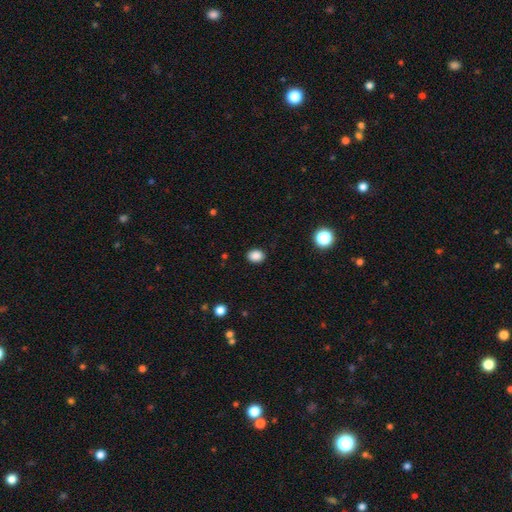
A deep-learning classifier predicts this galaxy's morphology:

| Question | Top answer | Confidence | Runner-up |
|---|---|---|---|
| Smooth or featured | smooth | 87% | star or artifact (10%) |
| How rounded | in between | 53% | round (46%) |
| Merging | none | 88% | minor disturbance (8%) |